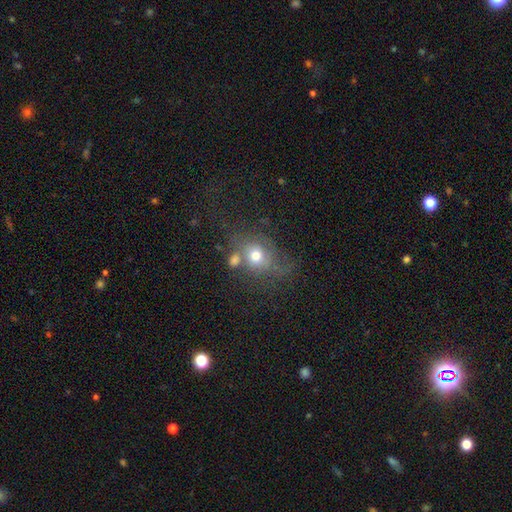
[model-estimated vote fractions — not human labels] Smooth or featured?
  - smooth: 55% *
  - featured or disk: 24%
  - star or artifact: 21%
How rounded?
  - round: 62% *
  - in between: 36%
  - cigar-shaped: 2%
Merging?
  - none: 43% *
  - minor disturbance: 19%
  - merger: 19%
  - major disturbance: 19%